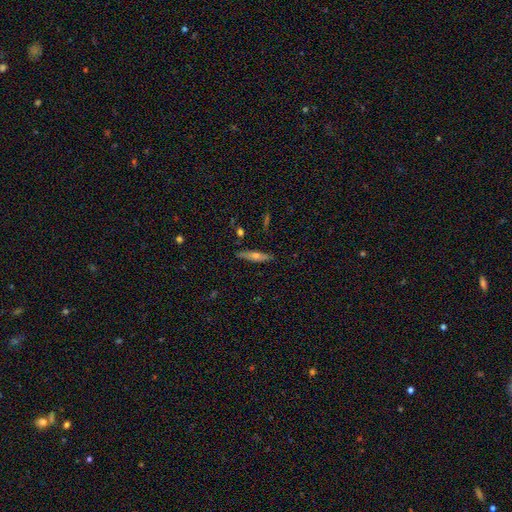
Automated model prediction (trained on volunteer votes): featured or disk 50%, smooth 41%, star or artifact 9%. Down the decision tree: merging — none (86%).